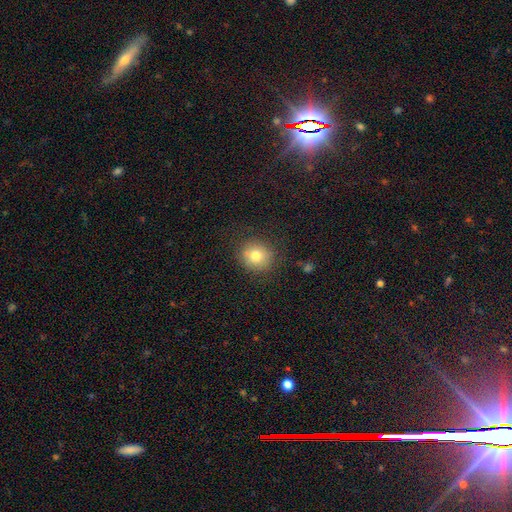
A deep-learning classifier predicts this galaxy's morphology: Q: Smooth or featured?
A: smooth (78%); runner-up: star or artifact (11%)
Q: How rounded?
A: round (87%); runner-up: in between (12%)
Q: Merging?
A: none (83%); runner-up: minor disturbance (11%)